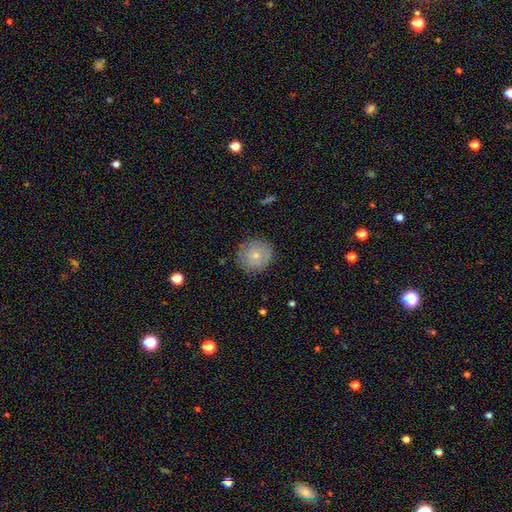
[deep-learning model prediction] Smooth or featured?
  - smooth: 66% *
  - featured or disk: 26%
  - star or artifact: 8%
How rounded?
  - round: 91% *
  - in between: 8%
  - cigar-shaped: 1%
Merging?
  - none: 83% *
  - minor disturbance: 13%
  - major disturbance: 3%
  - merger: 1%